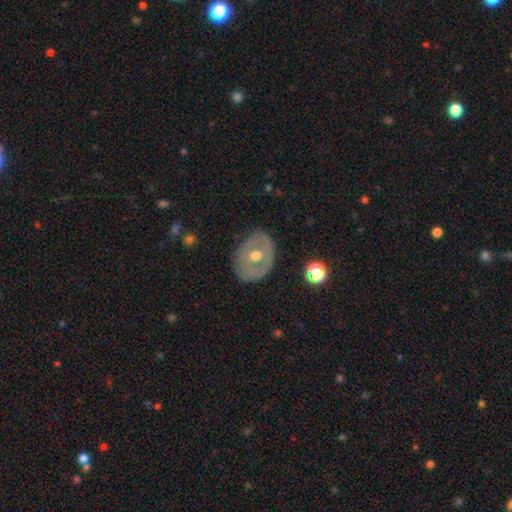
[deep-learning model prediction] featured or disk 61%, smooth 33%, star or artifact 7%. Down the decision tree: edge-on disk — no (93%); bar — no (78%); spiral arms — no (80%); bulge size — moderate (78%); merging — none (78%).